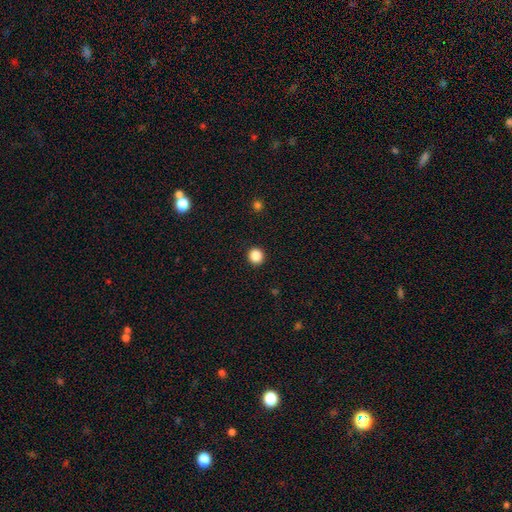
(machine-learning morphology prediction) smooth_or_featured: smooth (p=0.87) [alt: star or artifact p=0.10]
how_rounded: round (p=0.93) [alt: in between p=0.06]
merging: none (p=0.93) [alt: minor disturbance p=0.04]